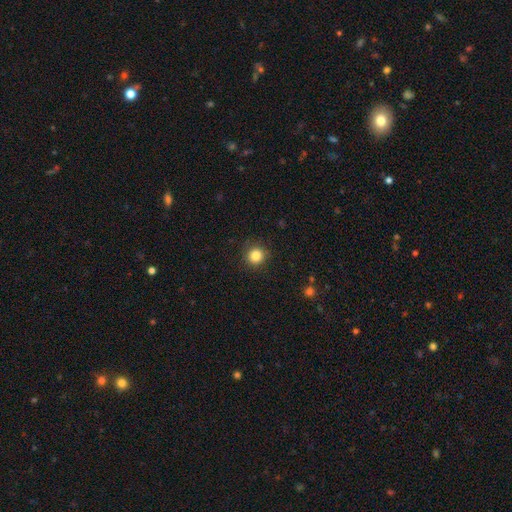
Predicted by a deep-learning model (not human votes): smooth-or-featured: smooth: 84% | star or artifact: 11% | featured or disk: 4%
  how-rounded: round: 93% | in between: 6% | cigar-shaped: 1%
  merging: none: 90% | minor disturbance: 7% | major disturbance: 2% | merger: 1%